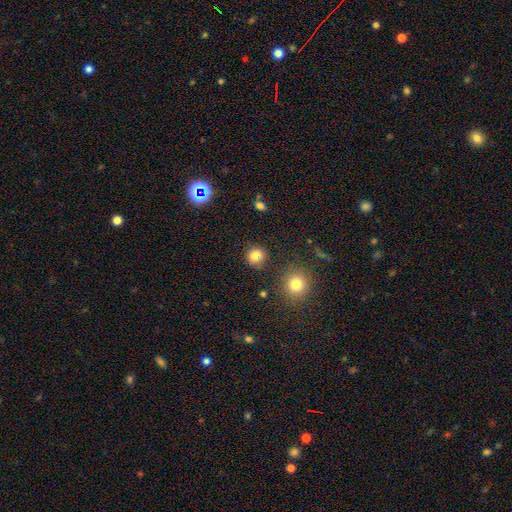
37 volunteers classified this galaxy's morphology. This appears to be a smooth galaxy with no disk features (92%) that is round (97%). Merging: none (91%).